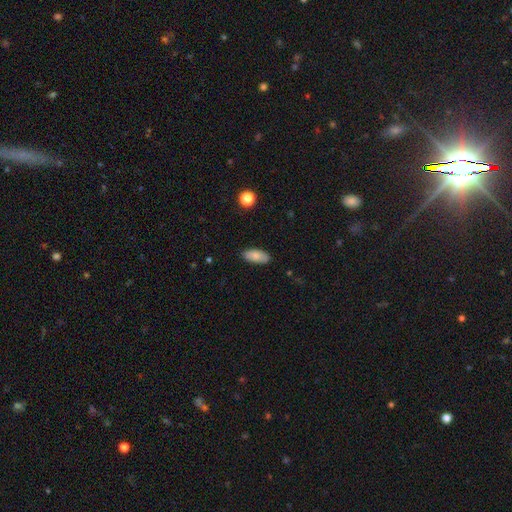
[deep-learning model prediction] Smooth or featured? Predicted: smooth (p=0.82). How rounded? Predicted: in between (p=0.87). Merging? Predicted: none (p=0.86).